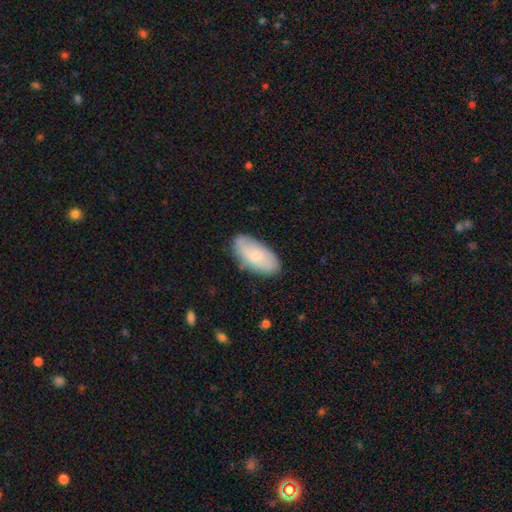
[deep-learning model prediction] Smooth or featured?
  - smooth: 68% *
  - featured or disk: 26%
  - star or artifact: 6%
How rounded?
  - in between: 93% *
  - cigar-shaped: 4%
  - round: 2%
Merging?
  - none: 79% *
  - minor disturbance: 17%
  - major disturbance: 3%
  - merger: 1%